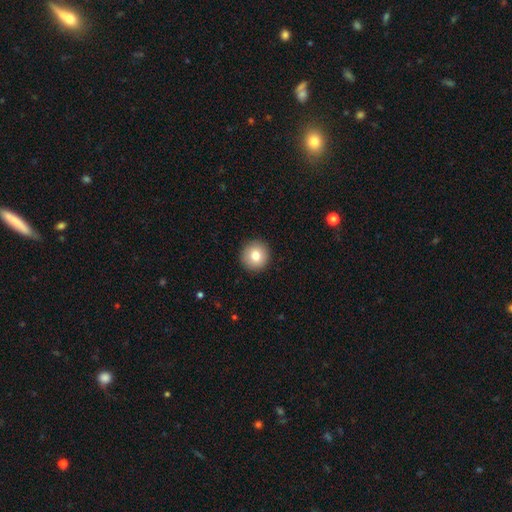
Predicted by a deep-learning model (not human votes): This appears to be a smooth galaxy with no disk features (80%) that is round (95%). Merging: none (92%).